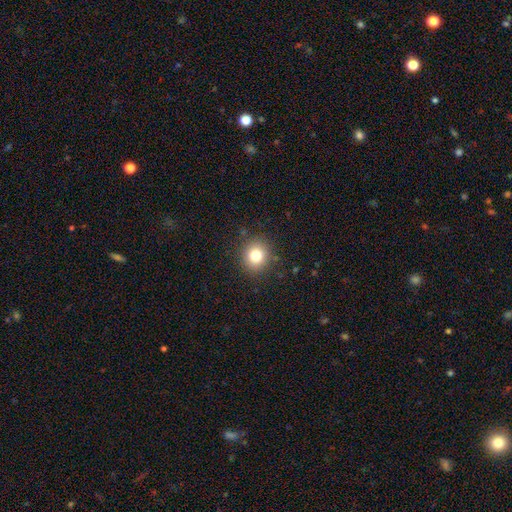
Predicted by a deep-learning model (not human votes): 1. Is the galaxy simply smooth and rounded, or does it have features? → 79% smooth, 13% star or artifact, 8% featured or disk.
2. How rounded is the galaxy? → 82% round, 17% in between, 1% cigar-shaped.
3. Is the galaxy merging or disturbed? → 88% none, 8% minor disturbance, 3% major disturbance, 1% merger.